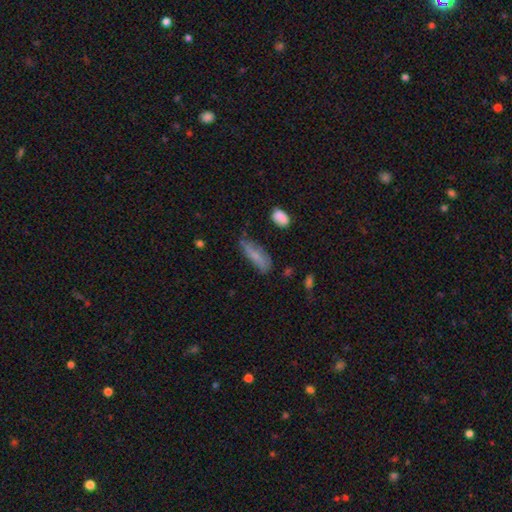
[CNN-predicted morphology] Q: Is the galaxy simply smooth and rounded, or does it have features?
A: smooth — 64%.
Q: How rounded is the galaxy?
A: in between — 54%.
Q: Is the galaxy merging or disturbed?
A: none — 55%.